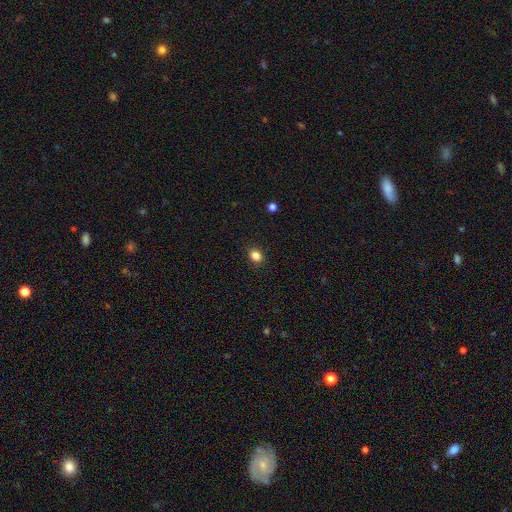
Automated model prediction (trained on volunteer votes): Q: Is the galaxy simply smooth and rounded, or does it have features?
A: smooth — 85%.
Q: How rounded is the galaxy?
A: in between — 55%.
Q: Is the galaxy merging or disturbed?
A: none — 88%.